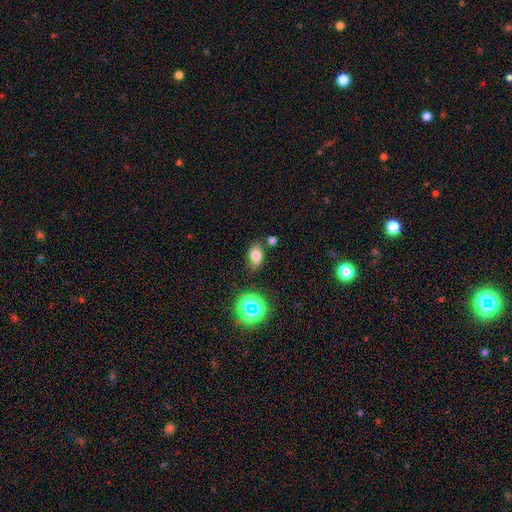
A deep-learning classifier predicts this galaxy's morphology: smooth 74%, star or artifact 16%, featured or disk 10%. Down the decision tree: how rounded — in between (83%); merging — none (75%).